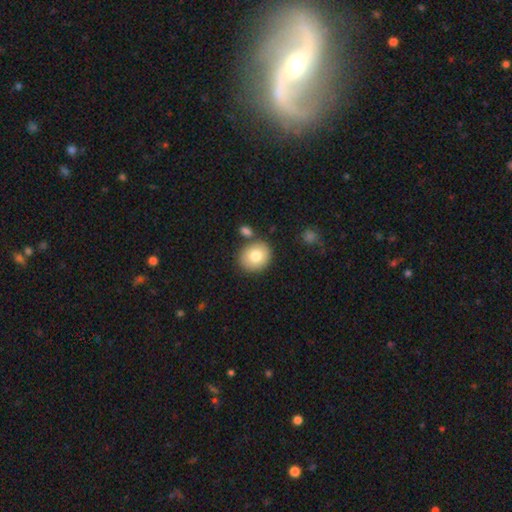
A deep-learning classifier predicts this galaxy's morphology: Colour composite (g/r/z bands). It shows a smooth galaxy with no disk features (80%) that is round (72%). Merging: none (74%).